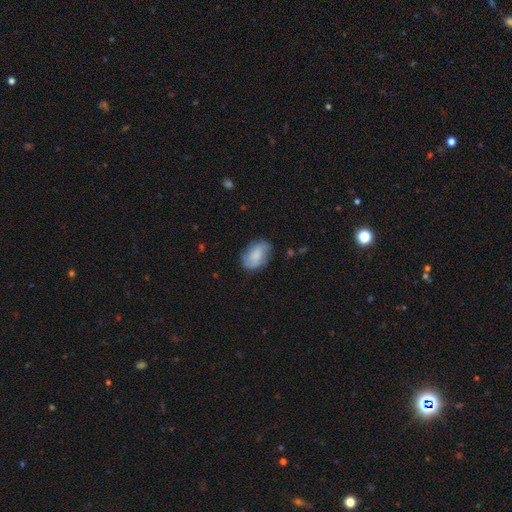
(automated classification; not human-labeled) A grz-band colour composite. It shows a smooth galaxy with no disk features (56%) that is in between round and cigar-shaped (83%). Merging: none (70%).